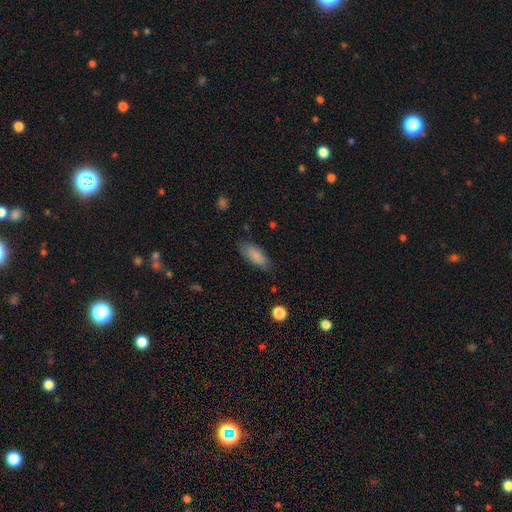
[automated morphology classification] smooth-or-featured: smooth: 86% | featured or disk: 8% | star or artifact: 7%
  how-rounded: in between: 76% | cigar-shaped: 22% | round: 2%
  merging: none: 81% | minor disturbance: 15% | major disturbance: 3% | merger: 1%